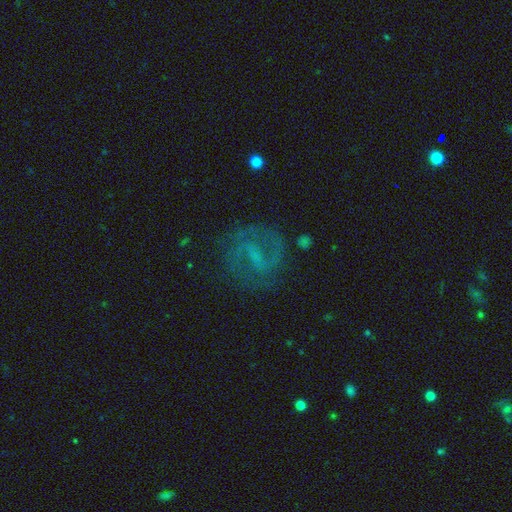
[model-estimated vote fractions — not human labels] smooth_or_featured: featured or disk (p=0.71) [alt: smooth p=0.15]
disk_edge_on: no (p=0.97) [alt: yes p=0.03]
bar: weak (p=0.47) [alt: strong p=0.33]
has_spiral_arms: yes (p=0.88) [alt: no p=0.12]
spiral_winding: medium (p=0.51) [alt: tight p=0.25]
spiral_arm_count: 2 (p=0.82) [alt: can't tell p=0.09]
bulge_size: none (p=0.49) [alt: small p=0.36]
merging: none (p=0.75) [alt: minor disturbance p=0.14]